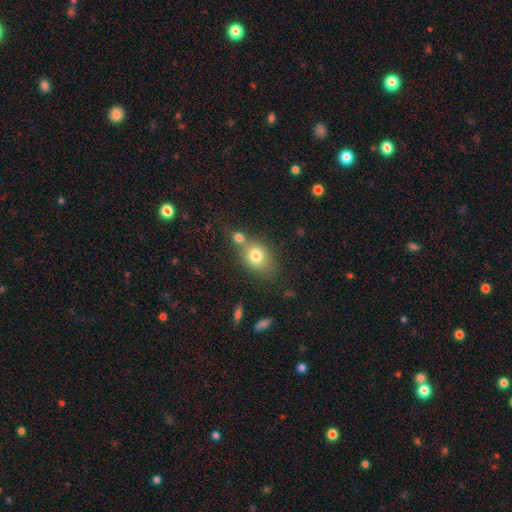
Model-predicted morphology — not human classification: Smooth or featured: smooth — 77% (featured or disk — 13%)
How rounded: in between — 52% (round — 47%)
Merging: none — 50% (merger — 32%)